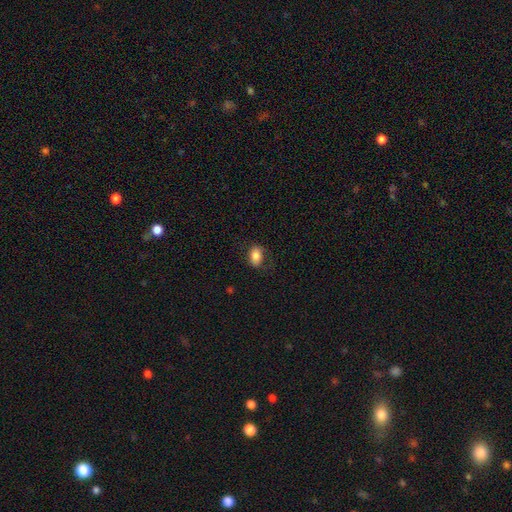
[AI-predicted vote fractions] This is clearly a smooth galaxy (83%). How rounded: clearly in between (81%). Merging: likely none (77%).